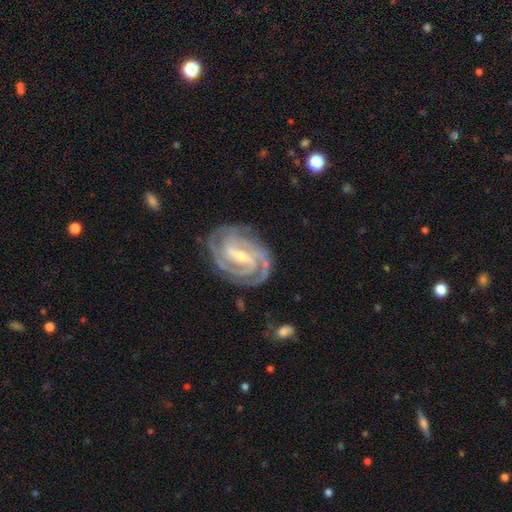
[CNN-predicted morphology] smooth_or_featured: featured or disk (p=0.92) [alt: star or artifact p=0.04]
disk_edge_on: no (p=0.97) [alt: yes p=0.03]
bar: strong (p=0.49) [alt: weak p=0.39]
has_spiral_arms: yes (p=0.98) [alt: no p=0.02]
spiral_winding: tight (p=0.71) [alt: medium p=0.26]
spiral_arm_count: 3 (p=0.36) [alt: 2 p=0.32]
bulge_size: small (p=0.60) [alt: moderate p=0.36]
merging: none (p=0.79) [alt: minor disturbance p=0.15]